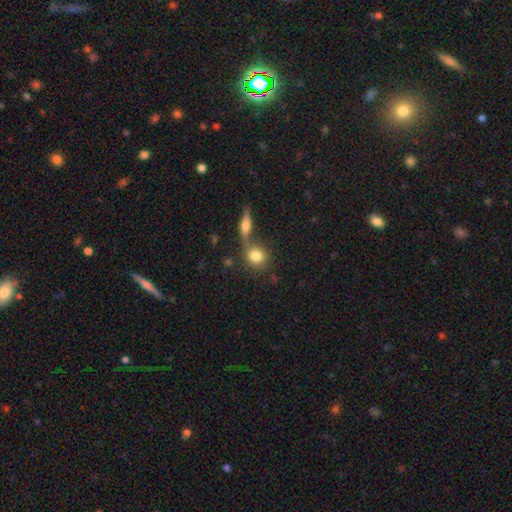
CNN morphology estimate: smooth-or-featured: smooth: 81% | featured or disk: 11% | star or artifact: 9%
  how-rounded: round: 77% | in between: 20% | cigar-shaped: 3%
  merging: none: 49% | merger: 37% | minor disturbance: 9% | major disturbance: 5%